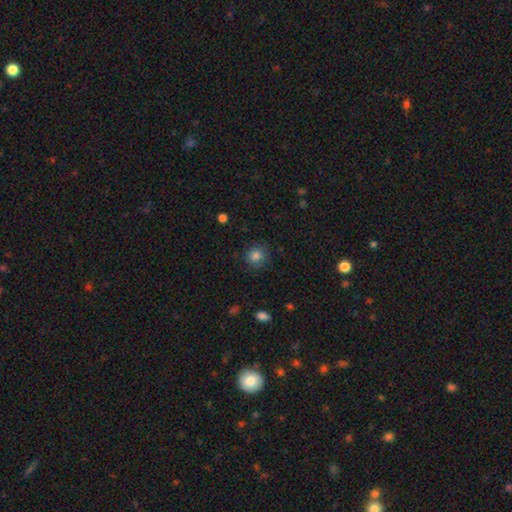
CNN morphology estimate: Smooth or featured? smooth (83%)
How rounded? round (91%)
Merging? none (86%)